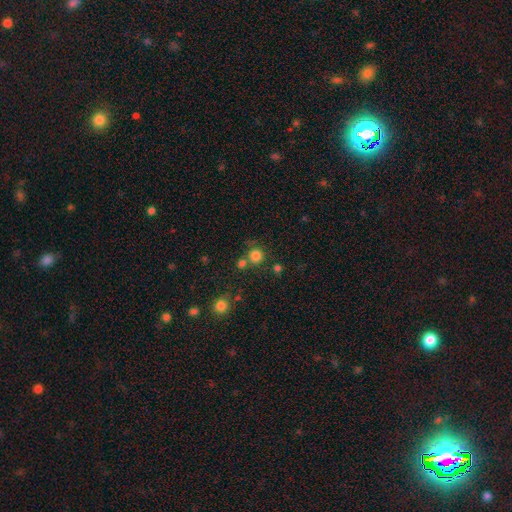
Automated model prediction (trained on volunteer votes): Smooth or featured? Predicted: smooth (p=0.80). How rounded? Predicted: round (p=0.93). Merging? Predicted: none (p=0.69).